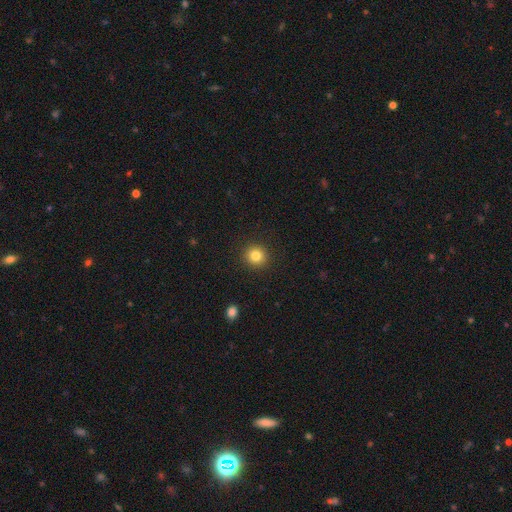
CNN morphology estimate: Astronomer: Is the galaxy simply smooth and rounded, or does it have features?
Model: smooth — 83%.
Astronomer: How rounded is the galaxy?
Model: round — 92%.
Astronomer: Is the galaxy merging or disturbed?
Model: none — 92%.